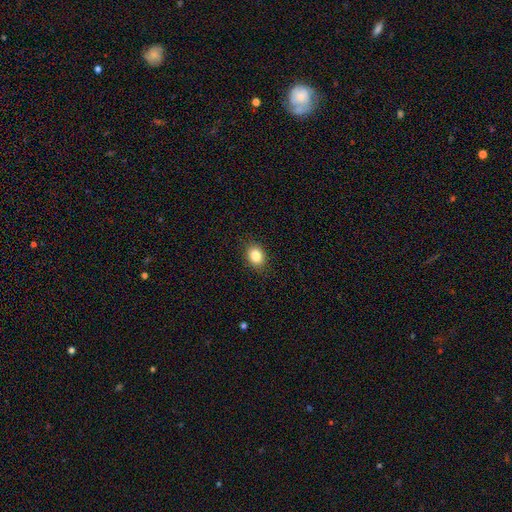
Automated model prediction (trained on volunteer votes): smooth-or-featured: smooth: 84% | star or artifact: 10% | featured or disk: 6%
  how-rounded: in between: 56% | round: 43% | cigar-shaped: 1%
  merging: none: 88% | minor disturbance: 9% | major disturbance: 2% | merger: 1%